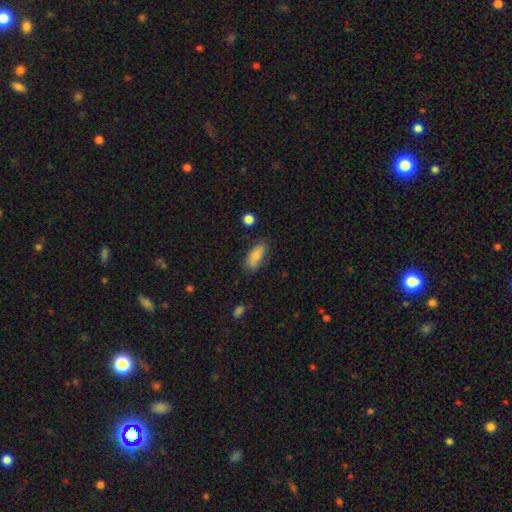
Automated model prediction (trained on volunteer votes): The model was most divided on "merging": none: 73%, minor disturbance: 20%, major disturbance: 4%, merger: 2%. More confident: how rounded — in between (81%); smooth or featured — smooth (81%).